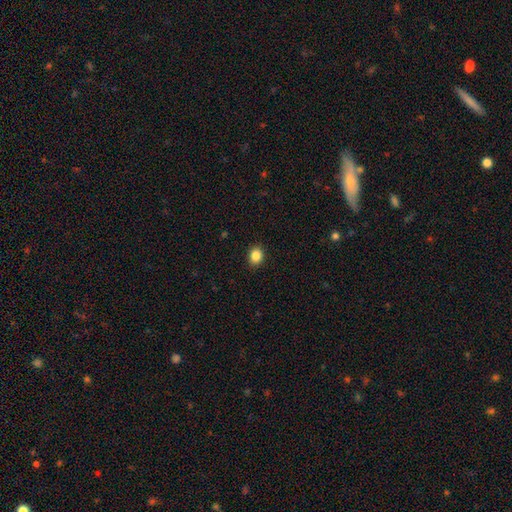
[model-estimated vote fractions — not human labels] Q: Smooth or featured?
A: smooth (86%); runner-up: star or artifact (10%)
Q: How rounded?
A: round (60%); runner-up: in between (40%)
Q: Merging?
A: none (90%); runner-up: minor disturbance (7%)